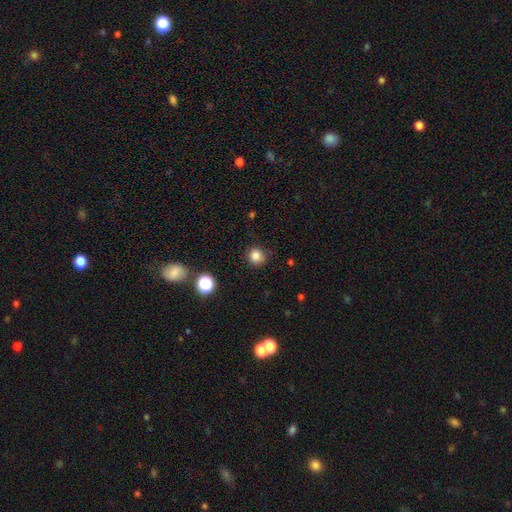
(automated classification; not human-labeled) Smooth or featured?
  - smooth: 83% *
  - star or artifact: 13%
  - featured or disk: 4%
How rounded?
  - round: 88% *
  - in between: 11%
  - cigar-shaped: 1%
Merging?
  - none: 80% *
  - minor disturbance: 15%
  - major disturbance: 4%
  - merger: 2%